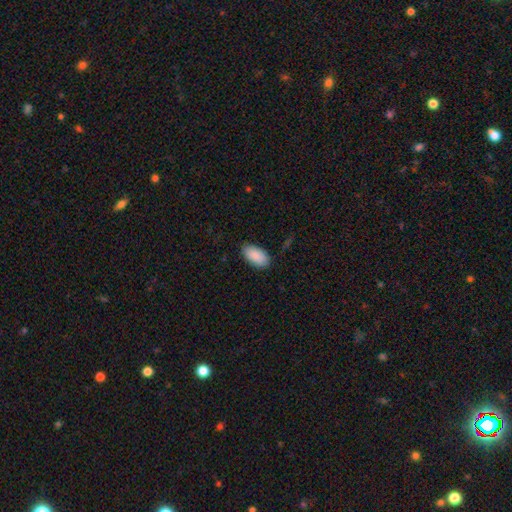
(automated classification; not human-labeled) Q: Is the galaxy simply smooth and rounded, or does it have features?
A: smooth — 90%.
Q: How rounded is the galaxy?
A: in between — 95%.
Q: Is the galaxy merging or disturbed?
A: none — 86%.